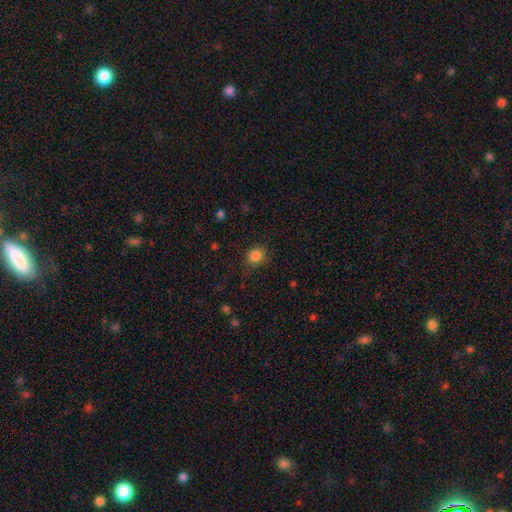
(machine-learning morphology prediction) smooth 85%, star or artifact 11%, featured or disk 4%. Down the decision tree: how rounded — round (75%); merging — none (77%).